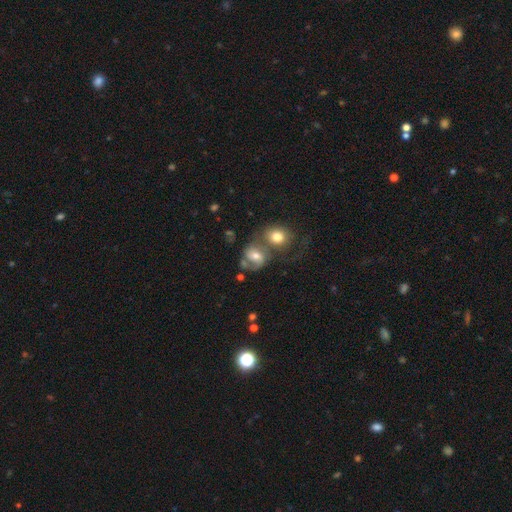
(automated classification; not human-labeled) A featured or disk galaxy (51%). Merging: merger (42%).